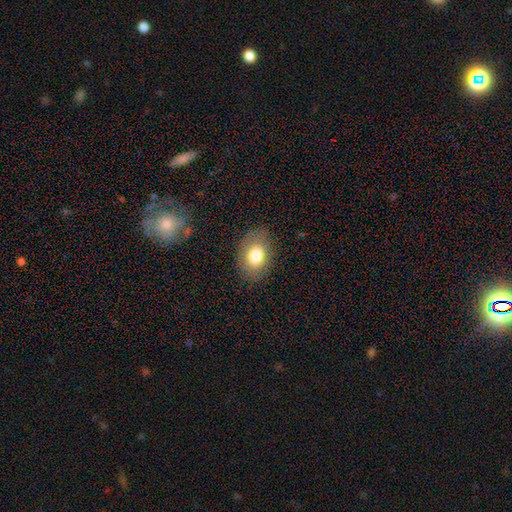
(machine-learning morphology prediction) Smooth or featured? Predicted: smooth (p=0.77). How rounded? Predicted: in between (p=0.75). Merging? Predicted: none (p=0.81).